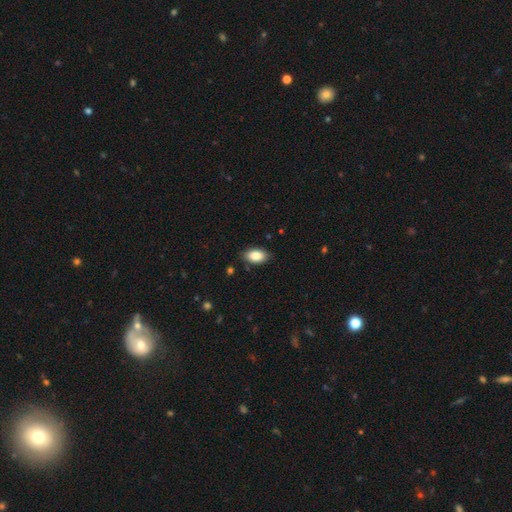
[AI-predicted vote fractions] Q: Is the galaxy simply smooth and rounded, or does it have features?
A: smooth — 86%.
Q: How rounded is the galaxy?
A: in between — 92%.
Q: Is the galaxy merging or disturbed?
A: none — 85%.